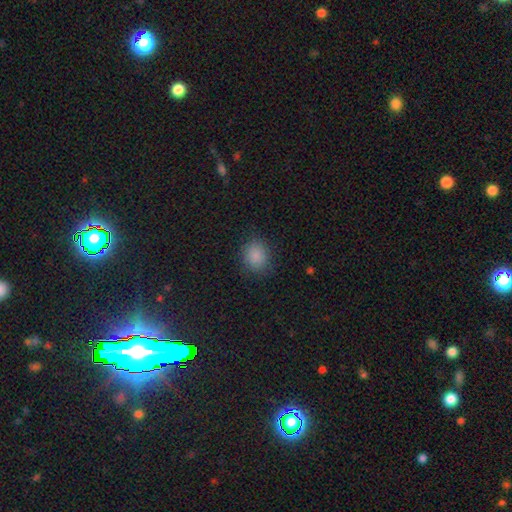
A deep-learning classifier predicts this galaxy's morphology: This is clearly a smooth galaxy (85%). How rounded: likely round (71%). Merging: clearly none (84%).